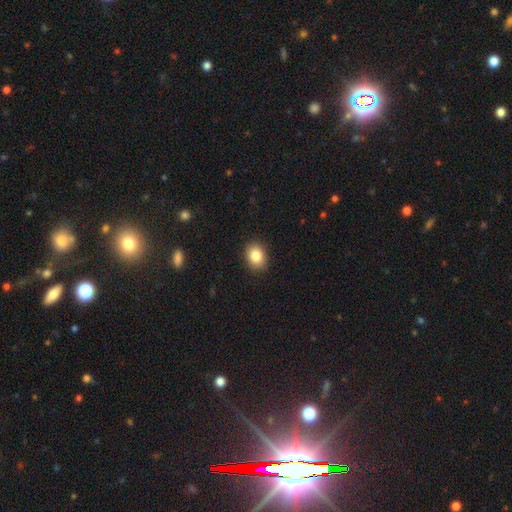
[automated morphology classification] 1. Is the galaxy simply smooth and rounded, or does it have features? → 85% smooth, 9% star or artifact, 6% featured or disk.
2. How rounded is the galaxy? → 59% in between, 41% round, 1% cigar-shaped.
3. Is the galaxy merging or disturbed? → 89% none, 8% minor disturbance, 2% major disturbance, 1% merger.